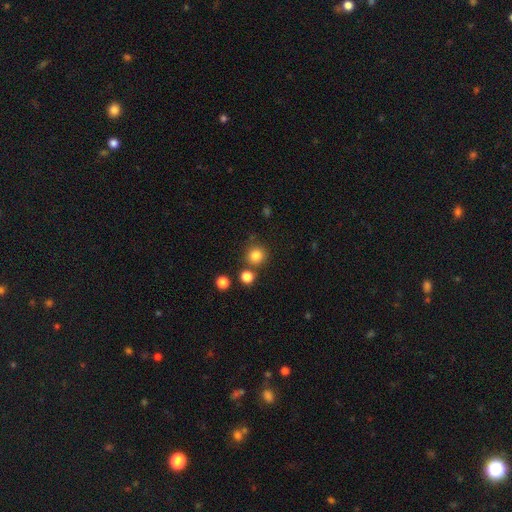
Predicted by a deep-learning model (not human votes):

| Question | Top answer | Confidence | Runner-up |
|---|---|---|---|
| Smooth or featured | smooth | 82% | star or artifact (13%) |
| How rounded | round | 93% | in between (6%) |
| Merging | none | 78% | merger (10%) |